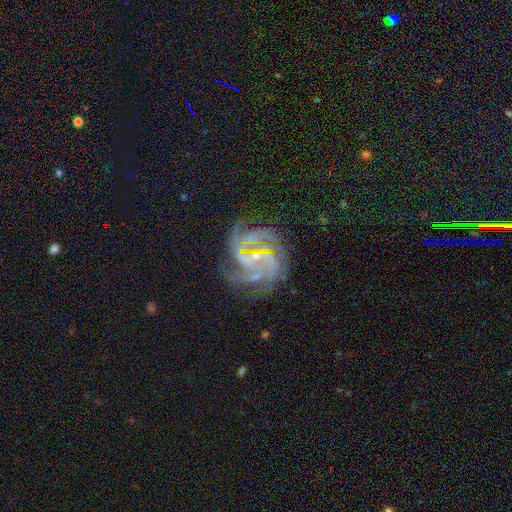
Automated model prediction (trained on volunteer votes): Overall: featured or disk (82%). Edge-on disk: no (98%). Bar: weak (41%; no 40%). Spiral arms: yes (98%). Spiral arm count: 4 (36%; 3 20%). Spiral winding: tight (57%; medium 36%). Bulge size: small (71%). Merging: none (70%).